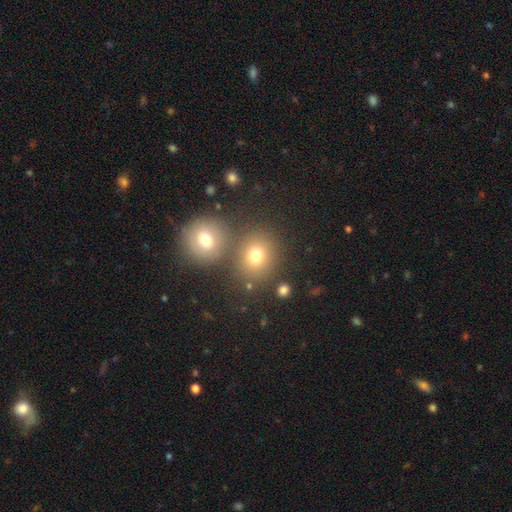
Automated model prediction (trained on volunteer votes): Q: Smooth or featured?
A: smooth (75%); runner-up: star or artifact (15%)
Q: How rounded?
A: round (76%); runner-up: in between (23%)
Q: Merging?
A: none (63%); runner-up: merger (25%)